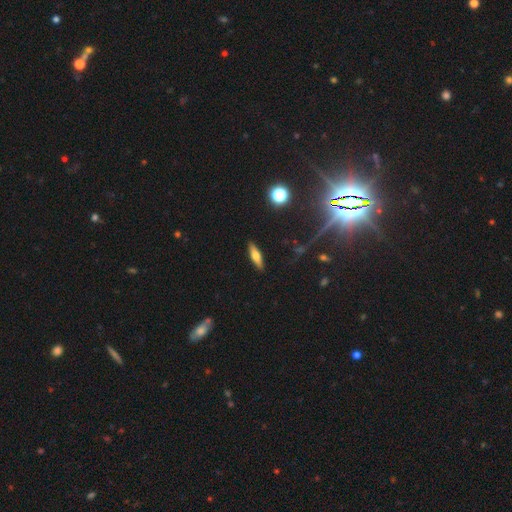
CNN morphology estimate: A smooth galaxy with no disk features (56%) that is cigar-shaped (60%).

Vote fractions:
- Smooth or featured? smooth: 56% / featured or disk: 36% / star or artifact: 9%
- How rounded? cigar-shaped: 60% / in between: 37% / round: 3%
- Merging? none: 89% / minor disturbance: 8% / major disturbance: 2% / merger: 1%